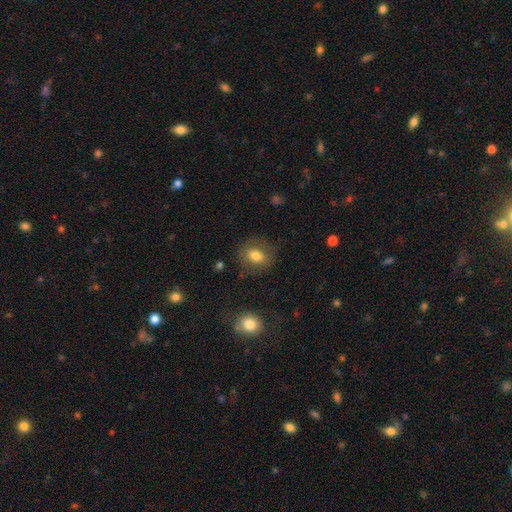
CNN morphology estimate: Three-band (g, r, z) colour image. It shows a smooth galaxy with no disk features (76%) that is round (53%). Merging: none (80%).